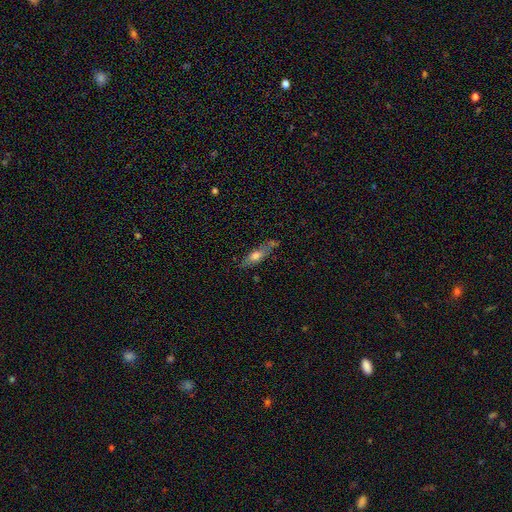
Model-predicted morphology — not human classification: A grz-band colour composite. It shows a smooth galaxy with no disk features (57%) that is cigar-shaped (55%). Merging: none (64%).